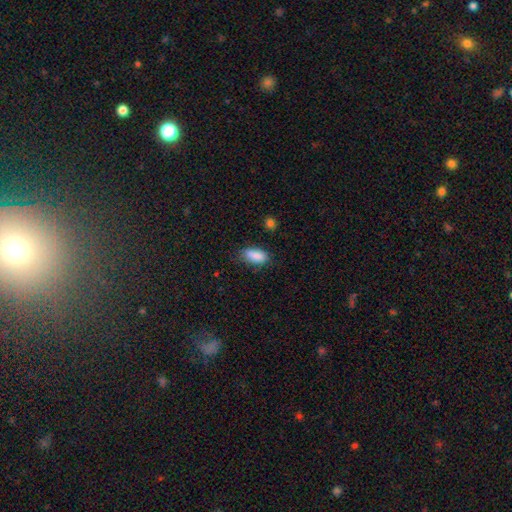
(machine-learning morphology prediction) Q: Smooth or featured?
A: smooth (87%); runner-up: star or artifact (8%)
Q: How rounded?
A: in between (88%); runner-up: cigar-shaped (8%)
Q: Merging?
A: none (68%); runner-up: minor disturbance (24%)